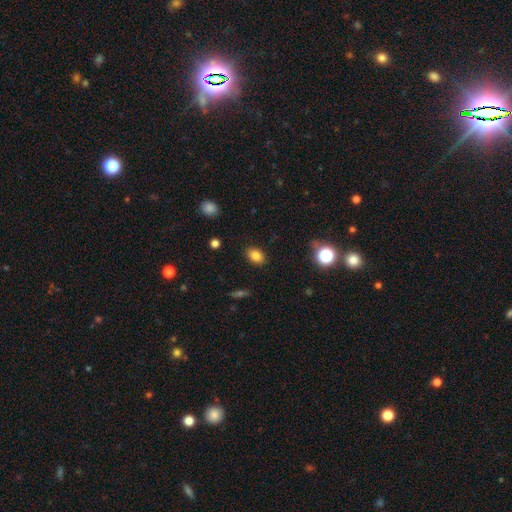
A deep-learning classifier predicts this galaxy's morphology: Smooth or featured? smooth (83%)
How rounded? in between (73%)
Merging? none (88%)